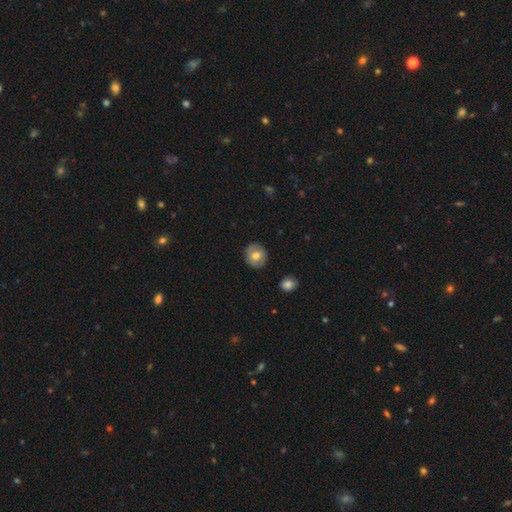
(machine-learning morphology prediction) Q: Smooth or featured?
A: smooth (72%); runner-up: featured or disk (20%)
Q: How rounded?
A: round (82%); runner-up: in between (17%)
Q: Merging?
A: none (86%); runner-up: minor disturbance (10%)